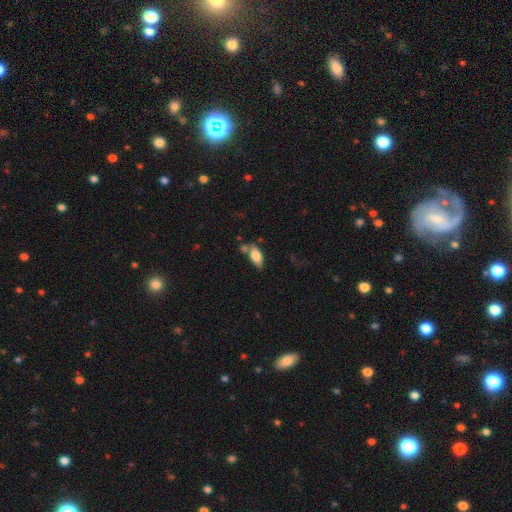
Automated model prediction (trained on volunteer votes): This is clearly a smooth galaxy (80%). How rounded: clearly in between (87%). Merging: possibly none (59%).